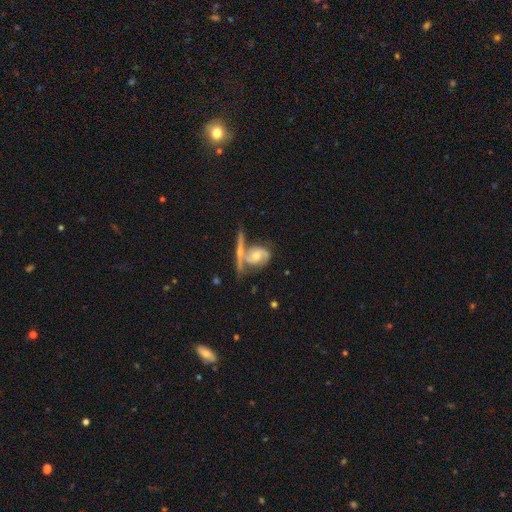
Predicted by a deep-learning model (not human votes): smooth-or-featured: featured or disk: 75% | smooth: 19% | star or artifact: 6%
  disk-edge-on: no: 90% | yes: 10%
    bar: no: 67% | weak: 26% | strong: 7%
    has-spiral-arms: yes: 85% | no: 15%
      spiral-winding: medium: 43% | tight: 40% | loose: 17%
      spiral-arm-count: 2: 68% | can't tell: 14% | 1: 13% | 3: 2% | 4: 1% | more than 4: 1%
    bulge-size: moderate: 58% | small: 34% | large: 5% | none: 3% | dominant: 1%
  merging: merger: 38% | none: 34% | minor disturbance: 16% | major disturbance: 13%